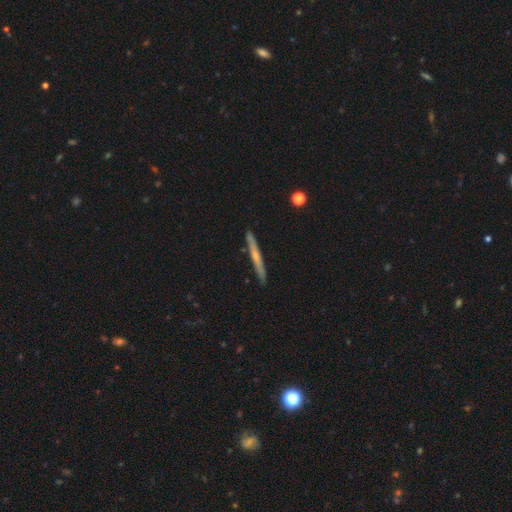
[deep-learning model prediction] A featured or disk galaxy (54%) viewed edge-on (96%) with no central bulge (53%).

Vote fractions:
- Smooth or featured? featured or disk: 54% / smooth: 40% / star or artifact: 6%
- Edge-on disk? yes: 96% / no: 4%
- Edge-on bulge? none: 53% / rounded: 42% / boxy: 5%
- Merging? none: 89% / minor disturbance: 8% / merger: 2% / major disturbance: 1%